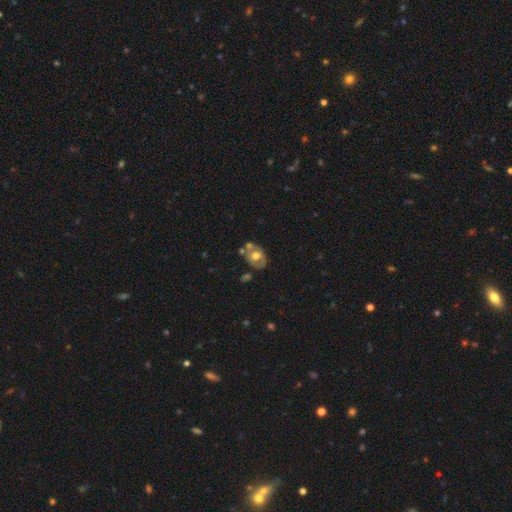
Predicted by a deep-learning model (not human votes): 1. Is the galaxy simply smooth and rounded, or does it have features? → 48% featured or disk, 45% smooth, 7% star or artifact.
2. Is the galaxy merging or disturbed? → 53% none, 21% merger, 20% minor disturbance, 6% major disturbance.